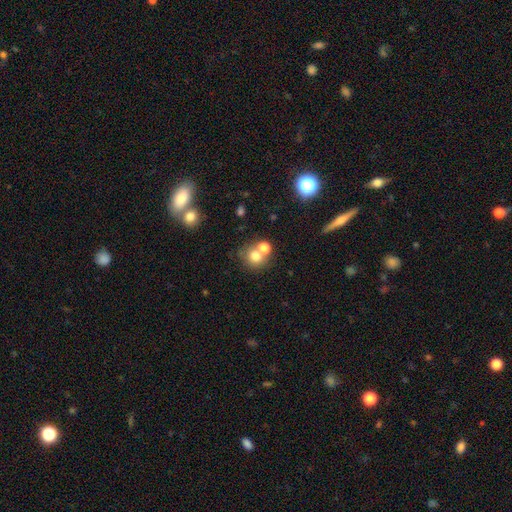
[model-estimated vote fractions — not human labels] Overall: smooth (74%). How rounded: round (82%). Merging: none (49%; merger 37%).